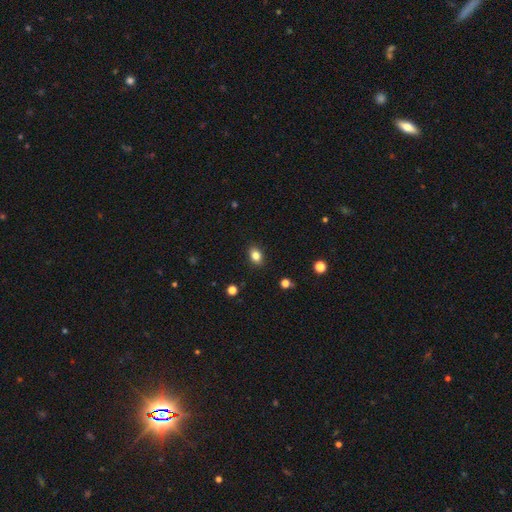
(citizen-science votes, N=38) This appears to be a smooth galaxy with no disk features (82%) that is in between round and cigar-shaped (77%). Merging: none (85%).